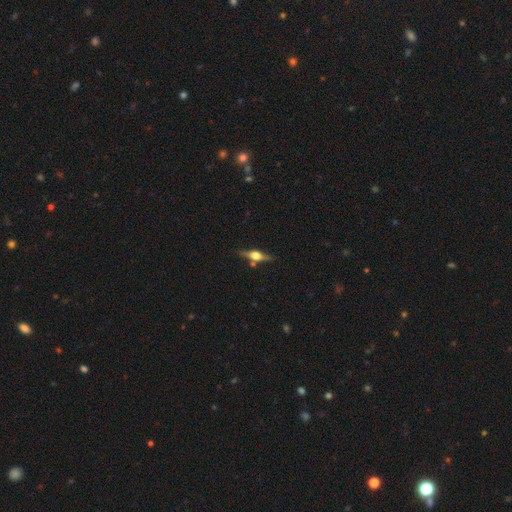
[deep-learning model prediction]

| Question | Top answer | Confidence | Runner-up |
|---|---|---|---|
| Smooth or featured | featured or disk | 73% | smooth (21%) |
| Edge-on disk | yes | 96% | no (4%) |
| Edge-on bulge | rounded | 93% | boxy (6%) |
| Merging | none | 80% | minor disturbance (12%) |